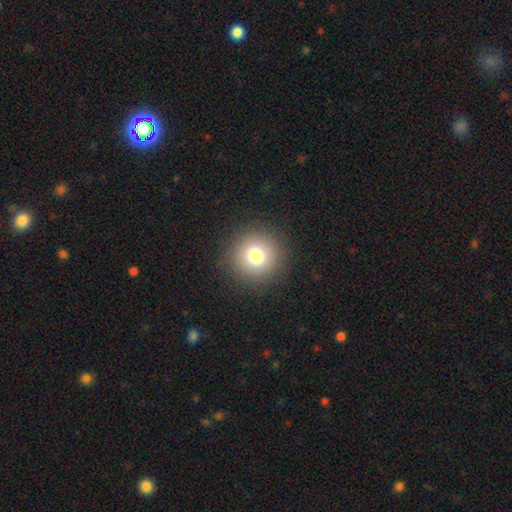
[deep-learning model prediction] Smooth or featured? smooth (77%)
How rounded? round (95%)
Merging? none (91%)